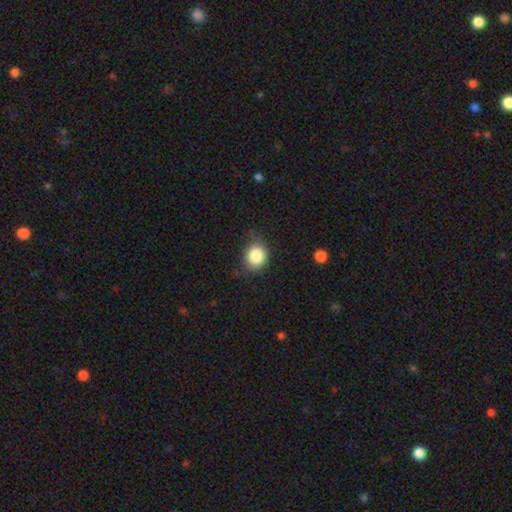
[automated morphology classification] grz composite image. It shows a smooth galaxy with no disk features (85%) that is round (73%). Merging: none (72%).